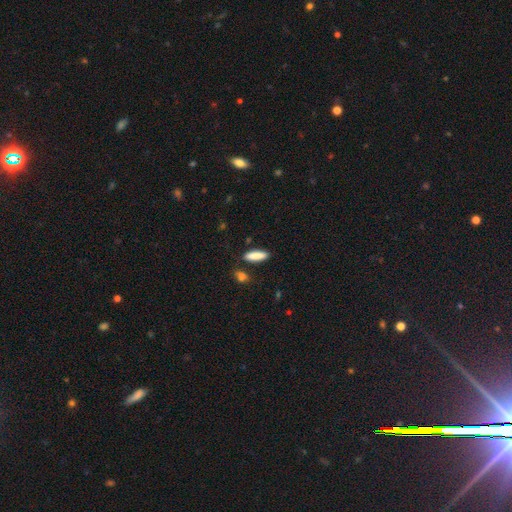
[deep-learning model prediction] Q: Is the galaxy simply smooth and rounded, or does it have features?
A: smooth — 87%.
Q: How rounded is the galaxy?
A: cigar-shaped — 61%.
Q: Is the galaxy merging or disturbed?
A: none — 82%.